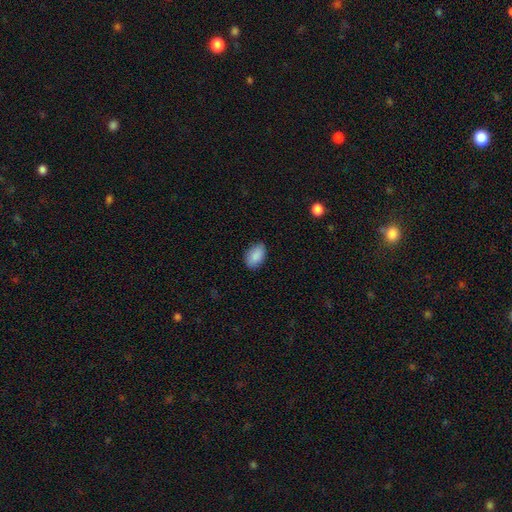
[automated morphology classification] Smooth or featured? smooth (89%)
How rounded? in between (91%)
Merging? none (81%)